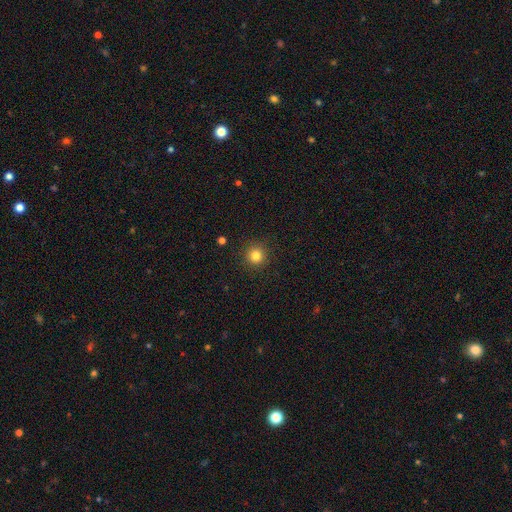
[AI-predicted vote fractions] smooth 82%, star or artifact 13%, featured or disk 5%. Down the decision tree: how rounded — round (95%); merging — none (91%).